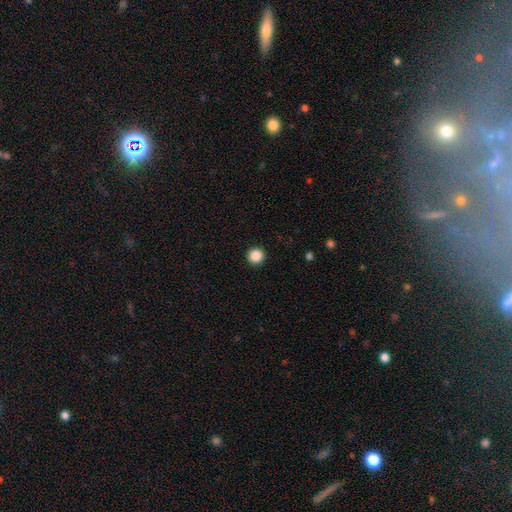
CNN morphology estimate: Overall: smooth (87%). How rounded: round (96%). Merging: none (93%).